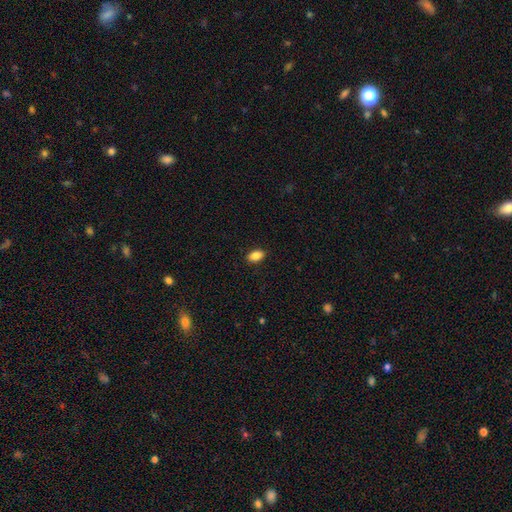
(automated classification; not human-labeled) This appears to be a smooth galaxy with no disk features (87%) that is in between round and cigar-shaped (90%). Merging: none (89%).